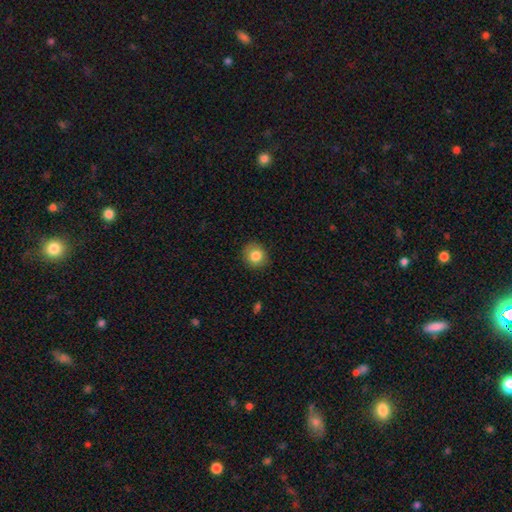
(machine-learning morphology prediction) type=smooth (83%); roundness=round (88%); merging=none (87%).